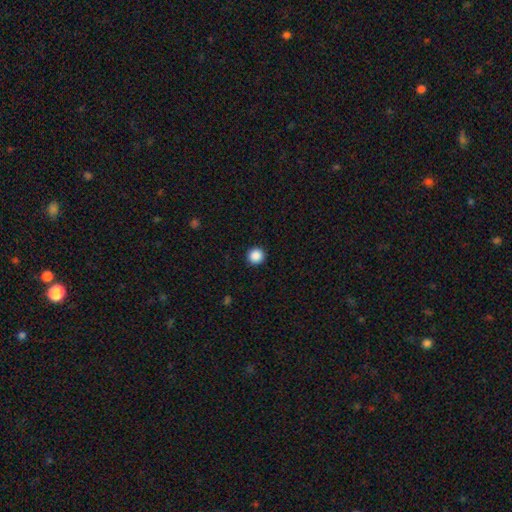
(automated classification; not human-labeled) The model was most divided on "smooth or featured": smooth: 89%, star or artifact: 9%, featured or disk: 2%. More confident: how rounded — round (96%); merging — none (93%).